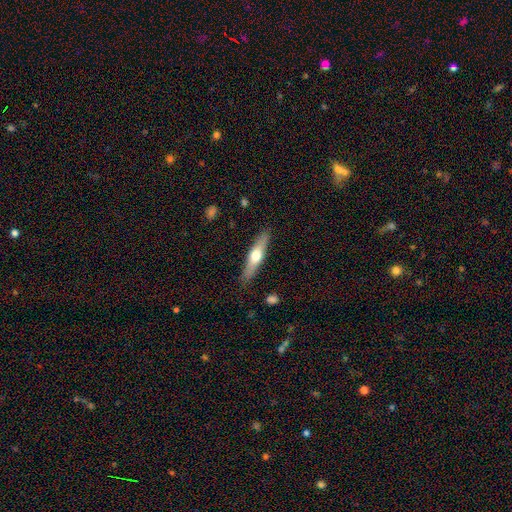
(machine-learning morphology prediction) Smooth or featured?
  - smooth: 48% *
  - featured or disk: 47%
  - star or artifact: 5%
Merging?
  - none: 88% *
  - minor disturbance: 9%
  - major disturbance: 2%
  - merger: 1%